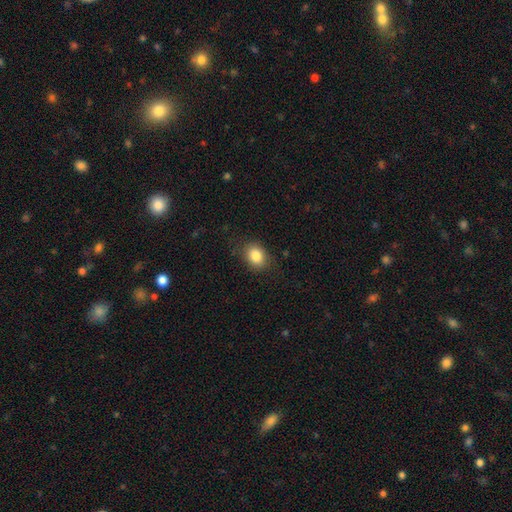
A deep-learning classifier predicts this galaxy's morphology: type=smooth (85%); roundness=in between (59%); merging=none (81%).